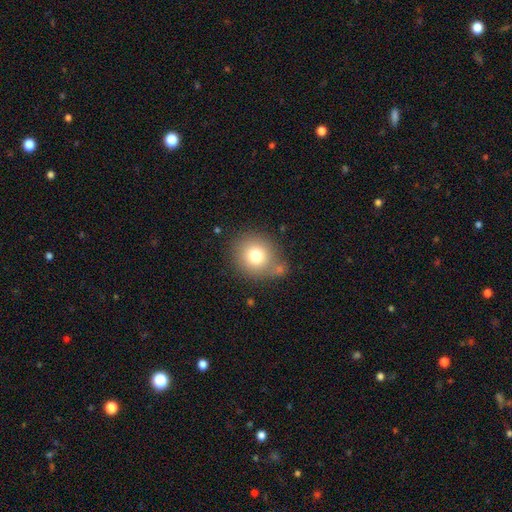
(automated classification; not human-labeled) Q: Smooth or featured?
A: smooth (76%); runner-up: featured or disk (12%)
Q: How rounded?
A: round (86%); runner-up: in between (13%)
Q: Merging?
A: none (70%); runner-up: minor disturbance (14%)